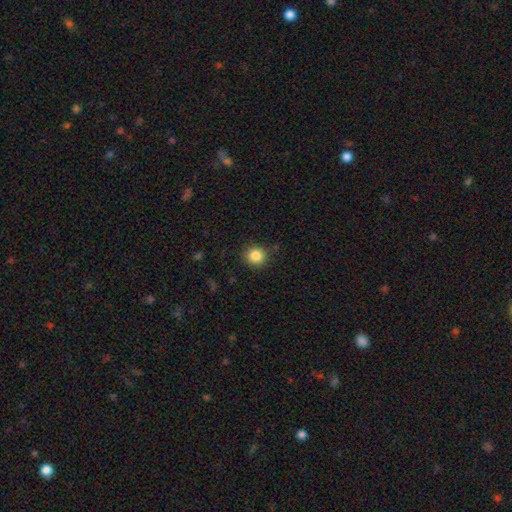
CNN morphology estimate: Overall: smooth (85%). How rounded: round (92%). Merging: none (88%).